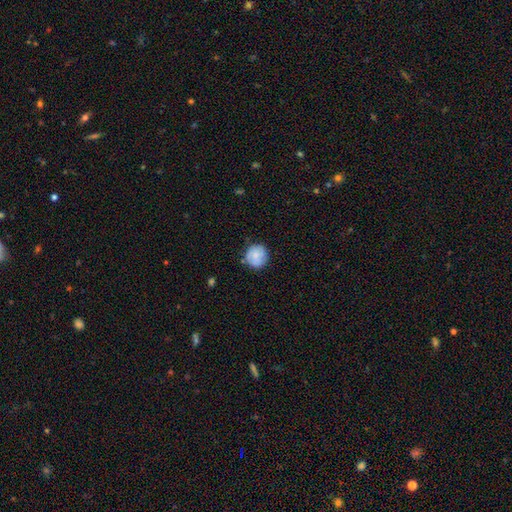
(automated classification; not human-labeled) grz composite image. It shows a smooth galaxy with no disk features (78%) that is round (91%). Merging: none (78%).